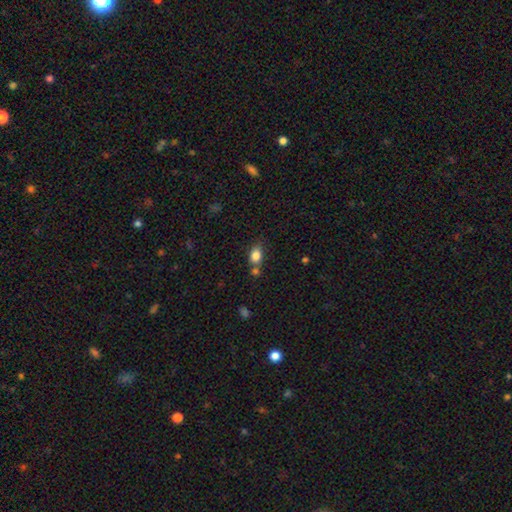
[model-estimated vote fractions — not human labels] smooth 82%, star or artifact 10%, featured or disk 8%. Down the decision tree: how rounded — in between (72%); merging — none (60%).